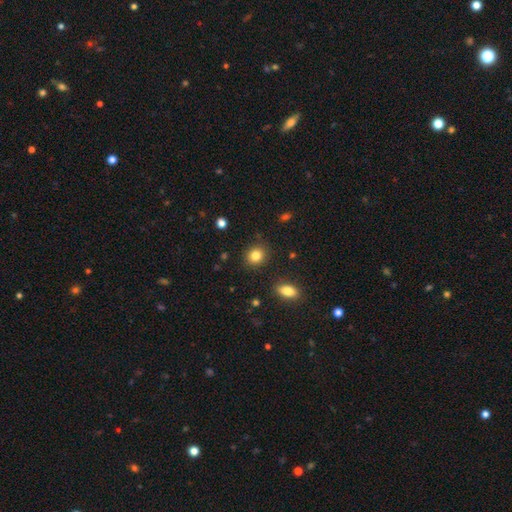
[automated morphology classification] The model was most divided on "how rounded": round: 76%, in between: 23%, cigar-shaped: 1%. More confident: merging — none (88%); smooth or featured — smooth (84%).